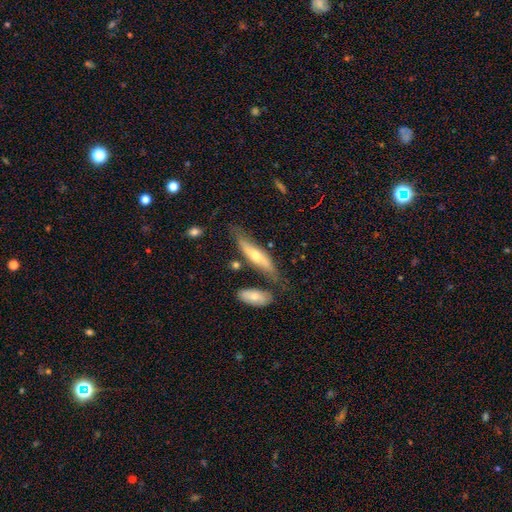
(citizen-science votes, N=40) smooth-or-featured: featured or disk: 60% | smooth: 38% | star or artifact: 2%
  disk-edge-on: yes: 79% | no: 21%
    edge-on-bulge: rounded: 74% | none: 16% | boxy: 11%
  merging: none: 77% | minor disturbance: 10% | merger: 10% | major disturbance: 3%